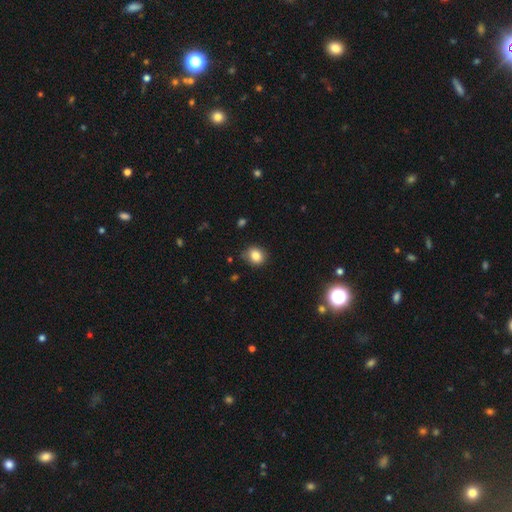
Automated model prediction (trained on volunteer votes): This is clearly a smooth galaxy (83%). How rounded: likely round (67%). Merging: clearly none (83%).